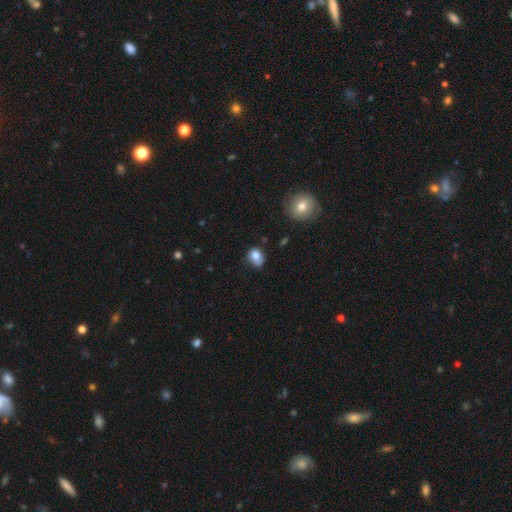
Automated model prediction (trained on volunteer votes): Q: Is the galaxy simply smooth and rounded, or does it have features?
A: smooth — 80%.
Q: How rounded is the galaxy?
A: in between — 60%.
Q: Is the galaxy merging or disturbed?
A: none — 52%.